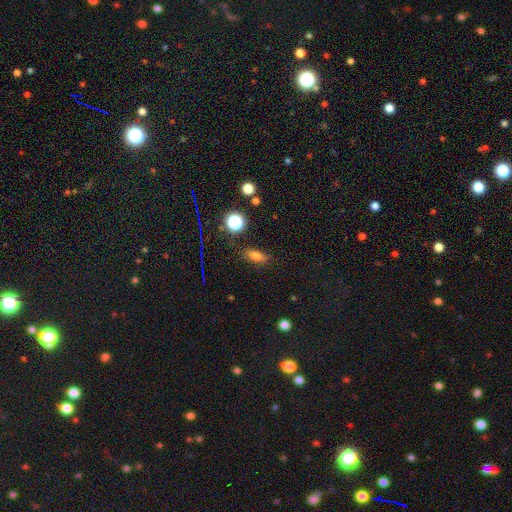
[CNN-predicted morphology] Smooth or featured? Predicted: smooth (p=0.72). How rounded? Predicted: in between (p=0.70). Merging? Predicted: none (p=0.83).